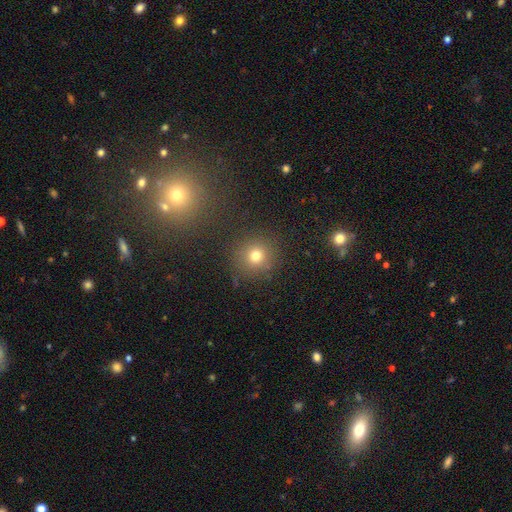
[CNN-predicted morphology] A smooth galaxy with no disk features (73%) that is round (91%).

Vote fractions:
- Smooth or featured? smooth: 73% / star or artifact: 19% / featured or disk: 9%
- How rounded? round: 91% / in between: 8% / cigar-shaped: 1%
- Merging? none: 83% / minor disturbance: 8% / merger: 5% / major disturbance: 4%